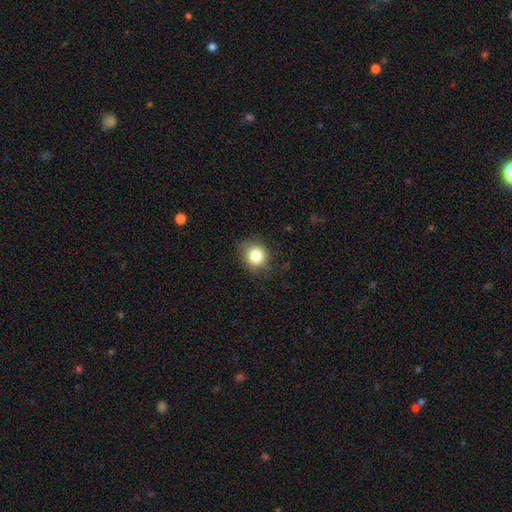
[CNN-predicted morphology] Smooth or featured? smooth (83%)
How rounded? round (85%)
Merging? none (79%)